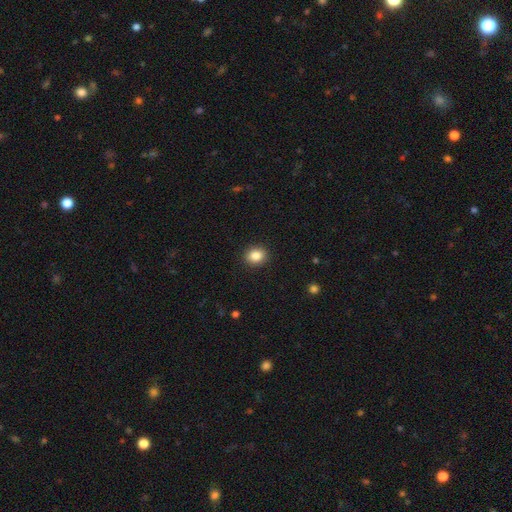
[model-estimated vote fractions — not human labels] smooth 85%, star or artifact 10%, featured or disk 5%. Down the decision tree: how rounded — round (72%); merging — none (91%).